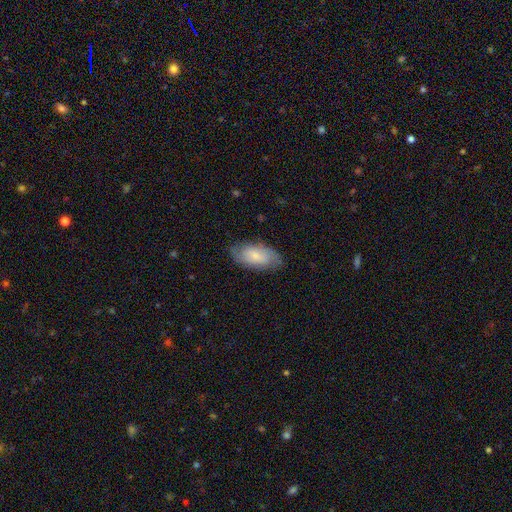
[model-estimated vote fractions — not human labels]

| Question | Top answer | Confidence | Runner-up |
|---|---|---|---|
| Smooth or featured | smooth | 66% | featured or disk (28%) |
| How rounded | in between | 92% | cigar-shaped (5%) |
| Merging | none | 75% | minor disturbance (19%) |